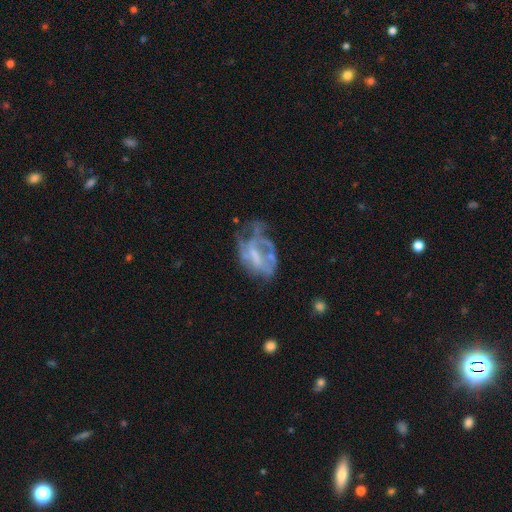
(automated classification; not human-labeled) Morphology: type=featured or disk (69%); edge-on=no (97%); bar=no (48%); spiral arms=no (52%); bulge=none (39%); merging=major disturbance (40%).